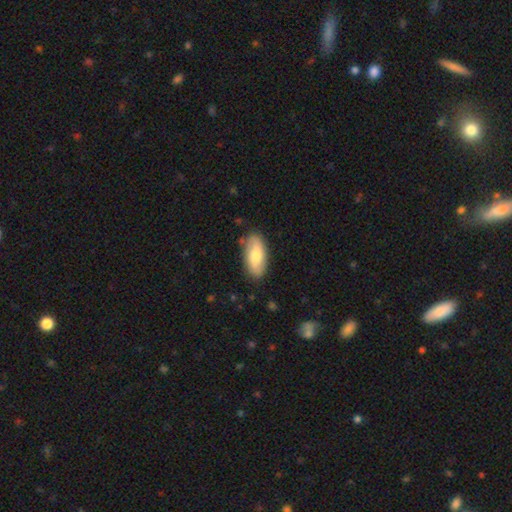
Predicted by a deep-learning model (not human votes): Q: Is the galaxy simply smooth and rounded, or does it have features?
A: smooth — 67%.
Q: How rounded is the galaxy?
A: in between — 88%.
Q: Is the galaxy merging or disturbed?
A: none — 84%.